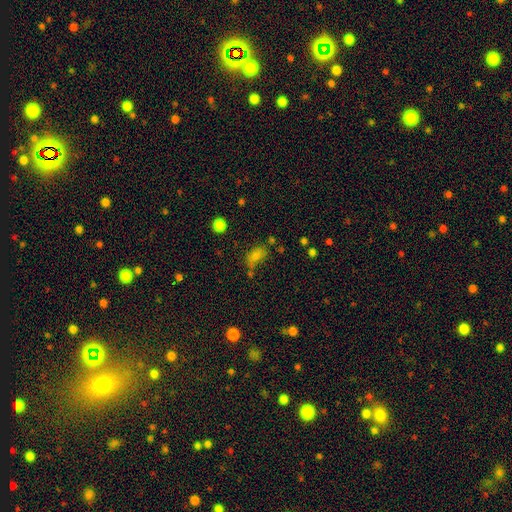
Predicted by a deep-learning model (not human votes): This is likely a smooth galaxy (72%). How rounded: clearly in between (81%). Merging: marginally none (44%).